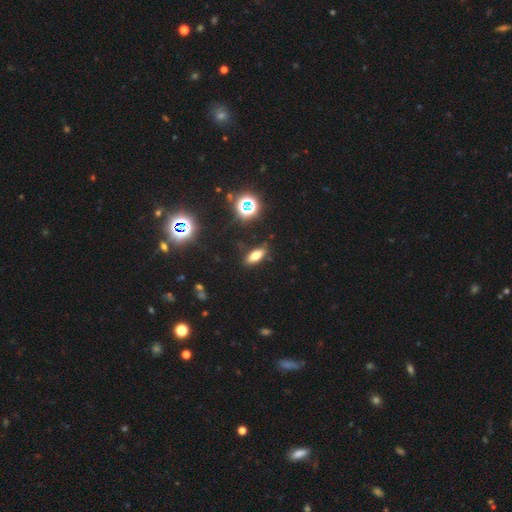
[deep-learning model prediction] Smooth or featured: smooth — 64% (star or artifact — 20%)
How rounded: in between — 72% (cigar-shaped — 23%)
Merging: none — 82% (minor disturbance — 12%)